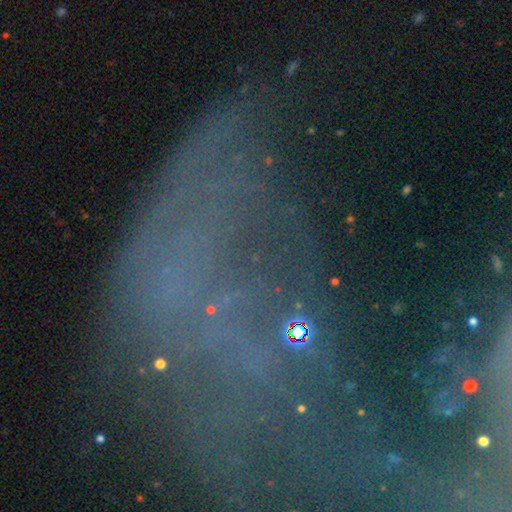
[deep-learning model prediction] Smooth or featured? Predicted: star or artifact (p=0.52).